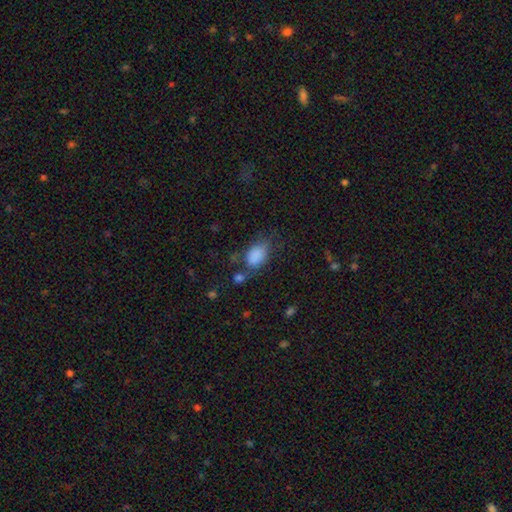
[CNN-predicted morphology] Q: Smooth or featured?
A: smooth (83%); runner-up: star or artifact (9%)
Q: How rounded?
A: in between (85%); runner-up: round (13%)
Q: Merging?
A: none (46%); runner-up: minor disturbance (27%)